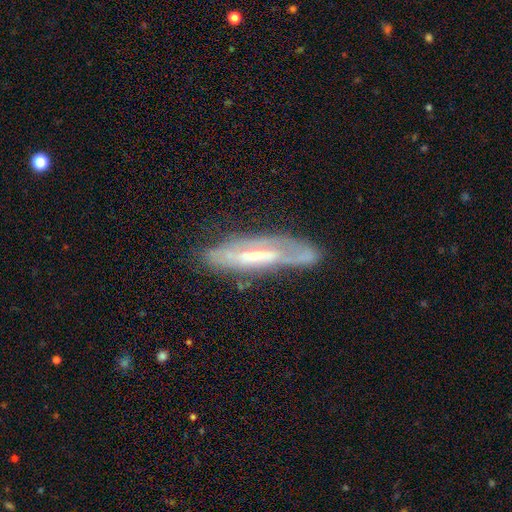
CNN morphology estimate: smooth-or-featured: featured or disk: 71% | smooth: 22% | star or artifact: 7%
  disk-edge-on: no: 57% | yes: 43%
  merging: none: 65% | minor disturbance: 22% | major disturbance: 10% | merger: 3%